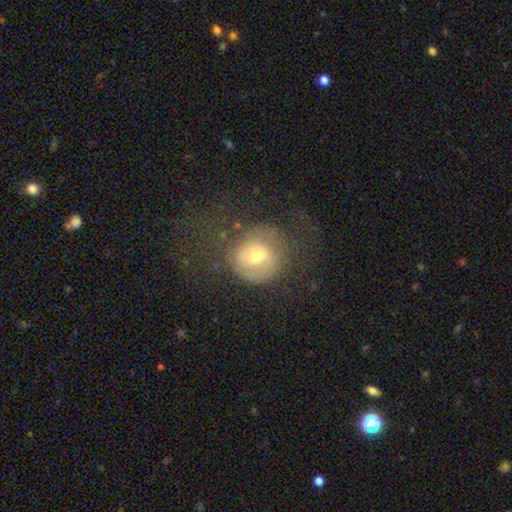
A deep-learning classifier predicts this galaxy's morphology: Q: Smooth or featured?
A: smooth (48%); runner-up: featured or disk (40%)
Q: Merging?
A: none (49%); runner-up: major disturbance (31%)